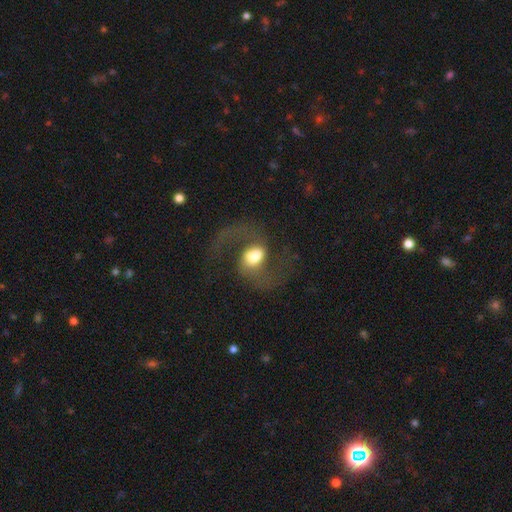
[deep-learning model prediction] Smooth or featured: featured or disk — 75% (smooth — 17%)
Edge-on disk: no — 97% (yes — 3%)
Bar: weak — 43% (no — 36%)
Spiral arms: yes — 93% (no — 7%)
Spiral winding: loose — 70% (medium — 26%)
Spiral arm count: 2 — 93% (1 — 3%)
Bulge size: large — 44% (moderate — 33%)
Merging: none — 61% (major disturbance — 23%)